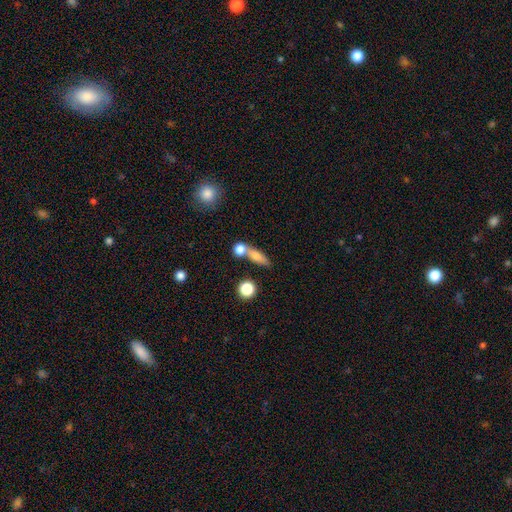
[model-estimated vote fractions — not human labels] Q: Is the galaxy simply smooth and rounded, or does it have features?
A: smooth — 73%.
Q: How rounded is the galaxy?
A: in between — 44%.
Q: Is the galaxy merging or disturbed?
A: none — 49%.